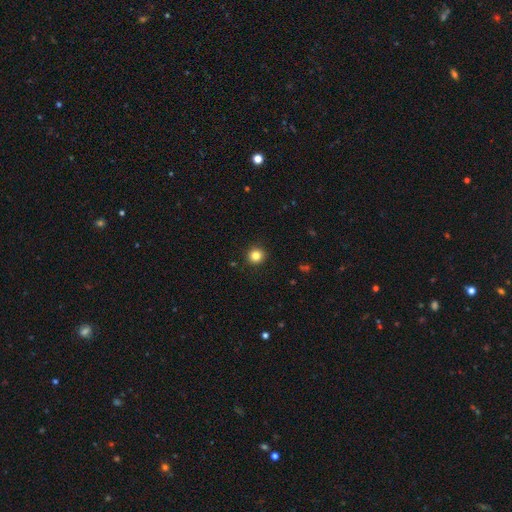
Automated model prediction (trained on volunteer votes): The model was most divided on "smooth or featured": smooth: 83%, star or artifact: 12%, featured or disk: 5%. More confident: how rounded — round (93%); merging — none (92%).